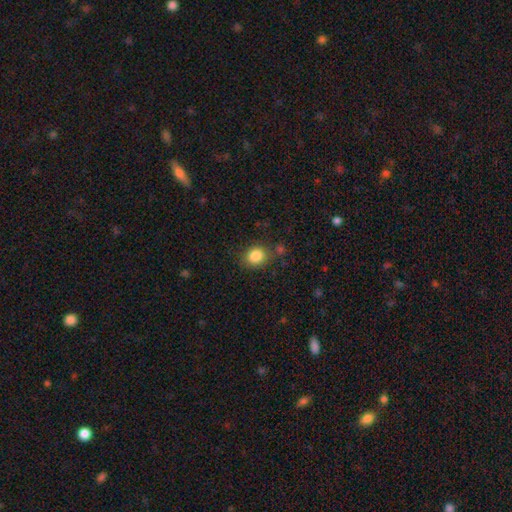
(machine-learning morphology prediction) smooth-or-featured: smooth: 86% | star or artifact: 10% | featured or disk: 5%
  how-rounded: round: 64% | in between: 35% | cigar-shaped: 1%
  merging: none: 77% | minor disturbance: 14% | merger: 5% | major disturbance: 4%